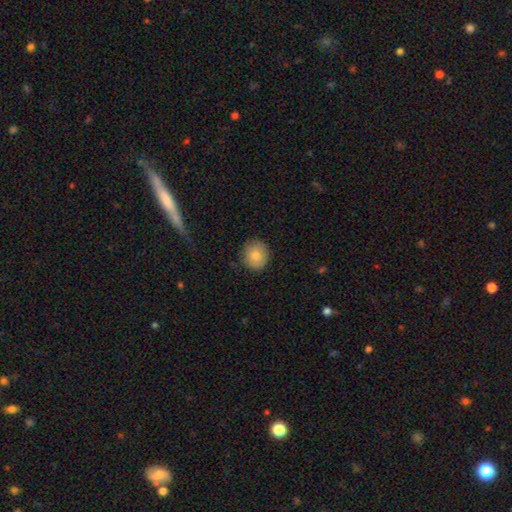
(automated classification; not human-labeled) Smooth or featured?
  - smooth: 82% *
  - featured or disk: 9%
  - star or artifact: 8%
How rounded?
  - round: 87% *
  - in between: 12%
  - cigar-shaped: 1%
Merging?
  - none: 86% *
  - minor disturbance: 11%
  - major disturbance: 2%
  - merger: 1%